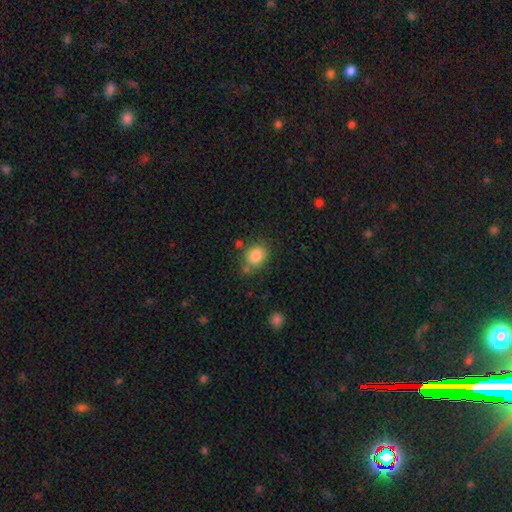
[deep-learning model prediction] smooth 84%, star or artifact 9%, featured or disk 6%. Down the decision tree: how rounded — round (58%); merging — none (71%).